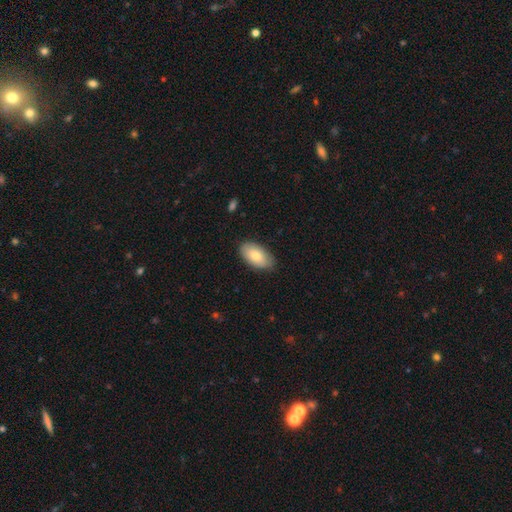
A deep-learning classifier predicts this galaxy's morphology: smooth 79%, featured or disk 15%, star or artifact 6%. Down the decision tree: how rounded — in between (95%); merging — none (84%).